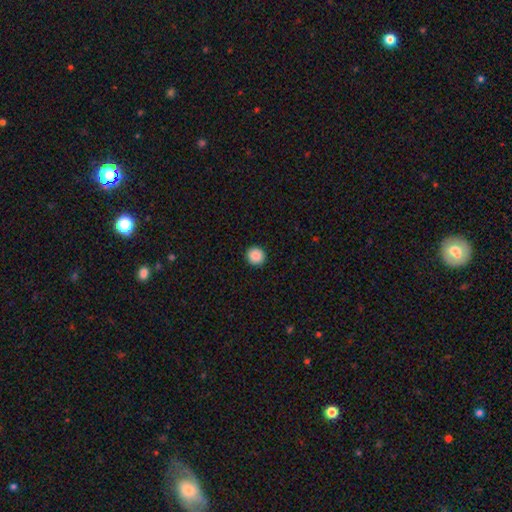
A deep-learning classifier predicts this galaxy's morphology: A smooth galaxy with no disk features (89%) that is round (92%).

Vote fractions:
- Smooth or featured? smooth: 89% / star or artifact: 9% / featured or disk: 3%
- How rounded? round: 92% / in between: 7% / cigar-shaped: 1%
- Merging? none: 93% / minor disturbance: 5% / major disturbance: 2% / merger: 1%